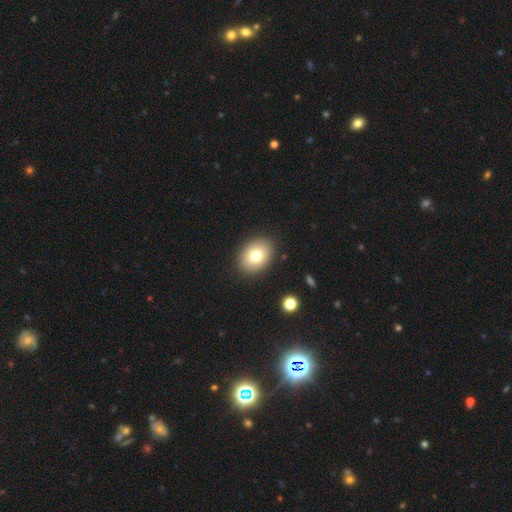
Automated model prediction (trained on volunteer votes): smooth 77%, featured or disk 14%, star or artifact 9%. Down the decision tree: how rounded — in between (70%); merging — none (88%).